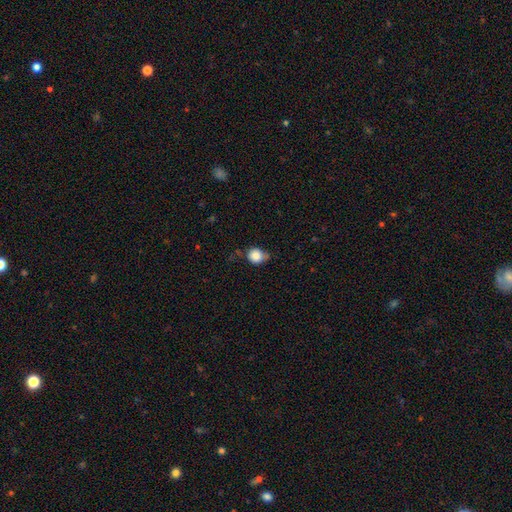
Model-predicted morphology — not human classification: This is clearly a smooth galaxy (82%). How rounded: likely round (77%). Merging: possibly none (49%).